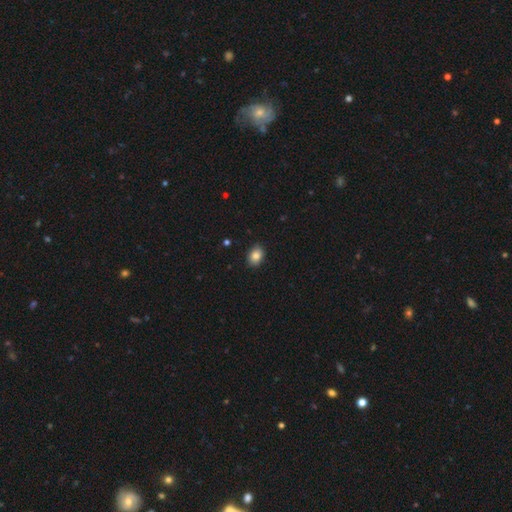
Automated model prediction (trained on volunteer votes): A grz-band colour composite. It shows a smooth galaxy with no disk features (85%) that is in between round and cigar-shaped (70%). Merging: none (88%).